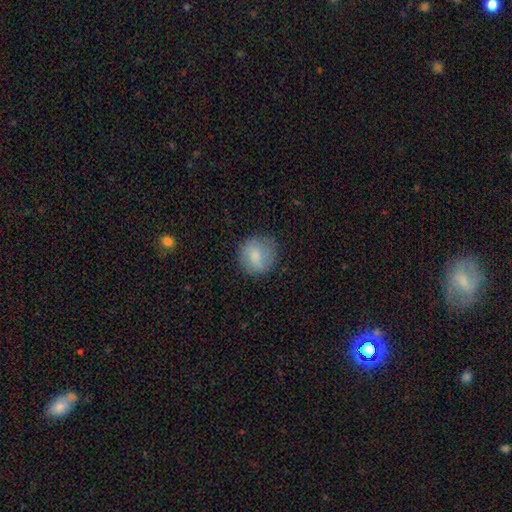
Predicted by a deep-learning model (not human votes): smooth-or-featured: smooth: 77% | featured or disk: 16% | star or artifact: 7%
  how-rounded: round: 89% | in between: 10% | cigar-shaped: 1%
  merging: none: 77% | minor disturbance: 16% | major disturbance: 5% | merger: 1%